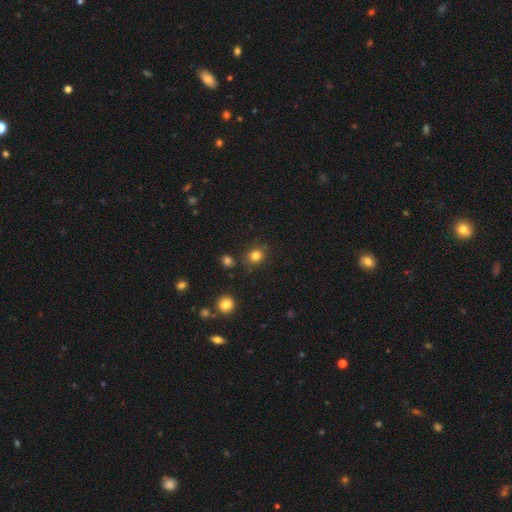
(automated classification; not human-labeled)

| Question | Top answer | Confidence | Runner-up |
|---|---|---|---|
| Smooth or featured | smooth | 82% | star or artifact (13%) |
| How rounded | round | 76% | in between (23%) |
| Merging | none | 82% | minor disturbance (11%) |